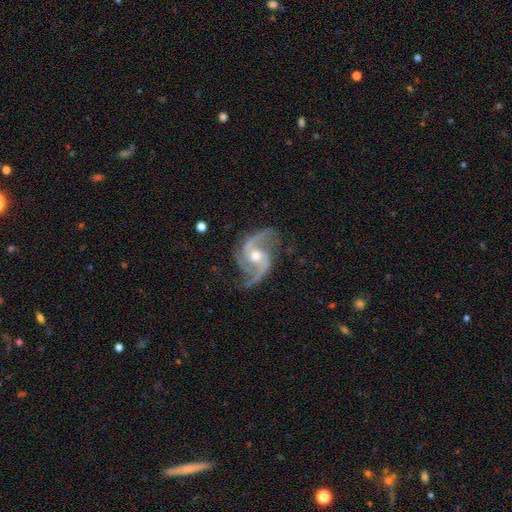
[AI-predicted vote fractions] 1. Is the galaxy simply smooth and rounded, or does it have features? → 92% featured or disk, 5% star or artifact, 3% smooth.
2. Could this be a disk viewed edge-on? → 98% no, 2% yes.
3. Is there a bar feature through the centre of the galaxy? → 52% no, 33% weak, 15% strong.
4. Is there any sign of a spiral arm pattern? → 98% yes, 2% no.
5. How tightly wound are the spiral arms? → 51% medium, 39% loose, 10% tight.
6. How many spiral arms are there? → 79% 2, 12% 3, 3% can't tell, 2% 4, 2% 1, 2% more than 4.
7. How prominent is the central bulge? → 73% moderate, 16% small, 8% large, 1% none, 1% dominant.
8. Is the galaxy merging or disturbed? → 74% none, 17% minor disturbance, 8% major disturbance, 2% merger.